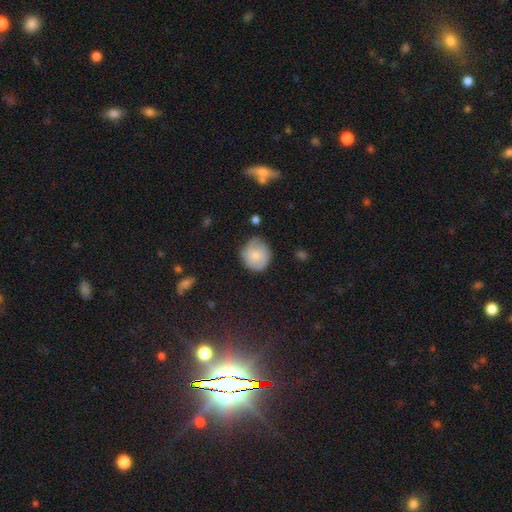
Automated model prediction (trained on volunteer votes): smooth_or_featured: smooth (p=0.53) [alt: featured or disk p=0.40]
how_rounded: round (p=0.81) [alt: in between p=0.18]
merging: none (p=0.66) [alt: minor disturbance p=0.25]